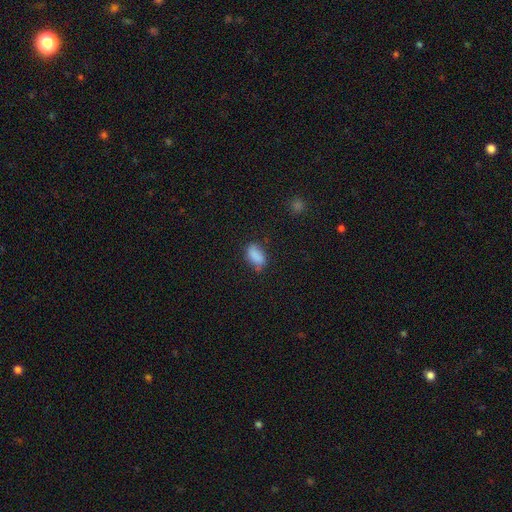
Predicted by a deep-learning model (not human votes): Smooth or featured? smooth (84%)
How rounded? in between (90%)
Merging? none (62%)